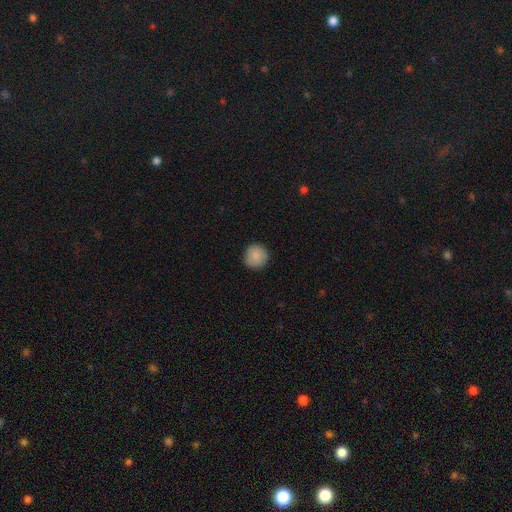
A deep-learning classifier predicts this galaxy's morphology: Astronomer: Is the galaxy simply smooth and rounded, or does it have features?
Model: smooth — 87%.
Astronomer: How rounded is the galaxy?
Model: round — 94%.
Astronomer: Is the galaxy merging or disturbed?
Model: none — 88%.